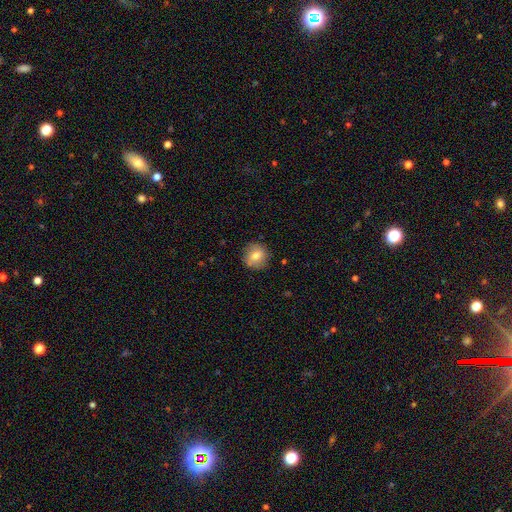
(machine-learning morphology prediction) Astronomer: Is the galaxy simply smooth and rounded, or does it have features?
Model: smooth — 75%.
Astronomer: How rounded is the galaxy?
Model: round — 89%.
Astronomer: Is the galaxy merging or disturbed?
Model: none — 83%.